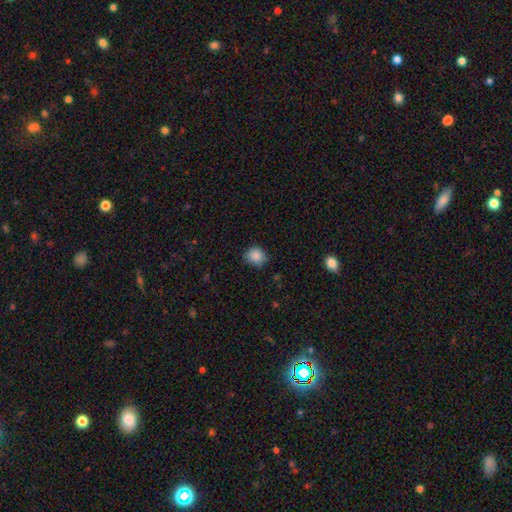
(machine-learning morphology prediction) Smooth or featured? Predicted: smooth (p=0.88). How rounded? Predicted: round (p=0.72). Merging? Predicted: none (p=0.78).